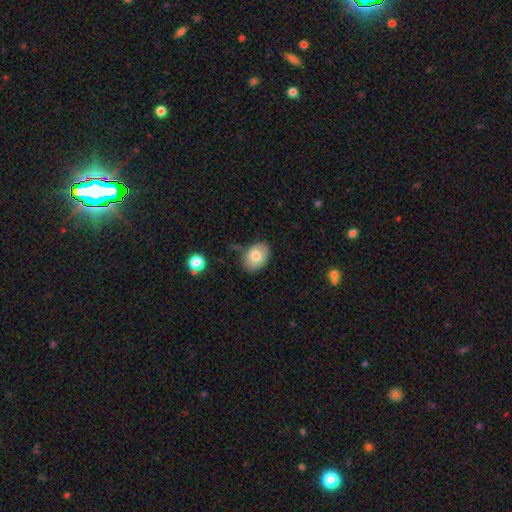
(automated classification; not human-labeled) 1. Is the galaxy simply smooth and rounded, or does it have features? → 78% smooth, 15% featured or disk, 8% star or artifact.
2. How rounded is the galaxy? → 76% in between, 23% round, 1% cigar-shaped.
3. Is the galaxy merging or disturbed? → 70% none, 22% minor disturbance, 5% major disturbance, 4% merger.